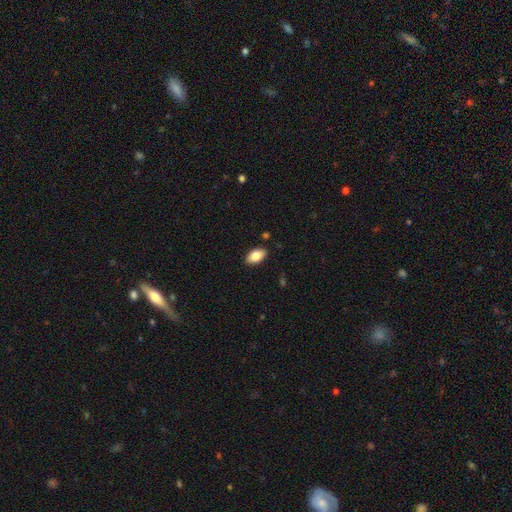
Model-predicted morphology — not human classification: Smooth or featured? Predicted: smooth (p=0.83). How rounded? Predicted: in between (p=0.93). Merging? Predicted: none (p=0.88).